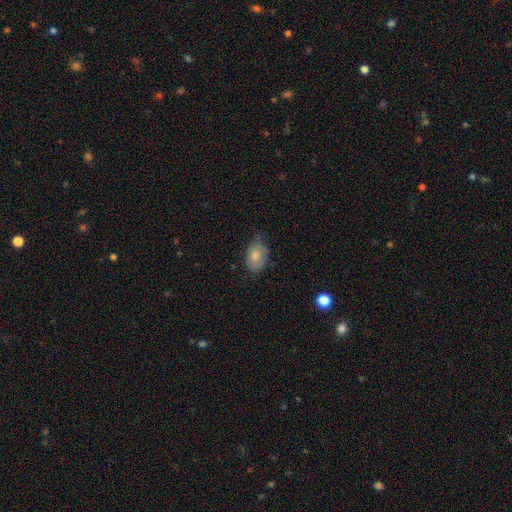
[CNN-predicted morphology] Overall: smooth (78%). How rounded: in between (87%). Merging: none (60%; minor disturbance 31%).